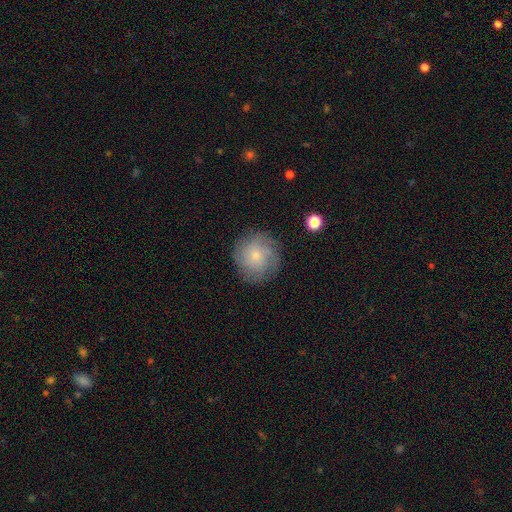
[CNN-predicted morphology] type=smooth (55%); roundness=round (92%); merging=none (83%).